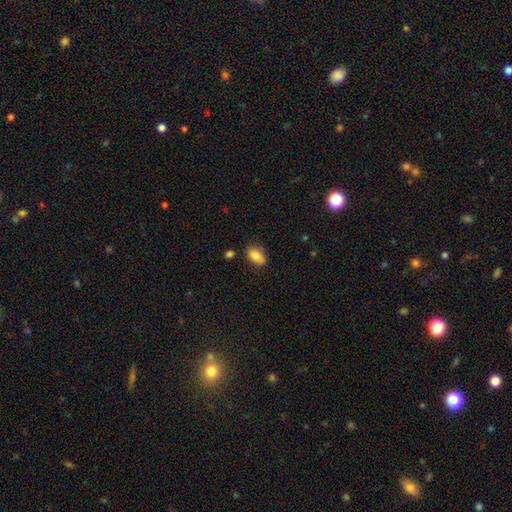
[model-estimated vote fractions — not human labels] Overall: smooth (83%). How rounded: in between (89%). Merging: none (76%).